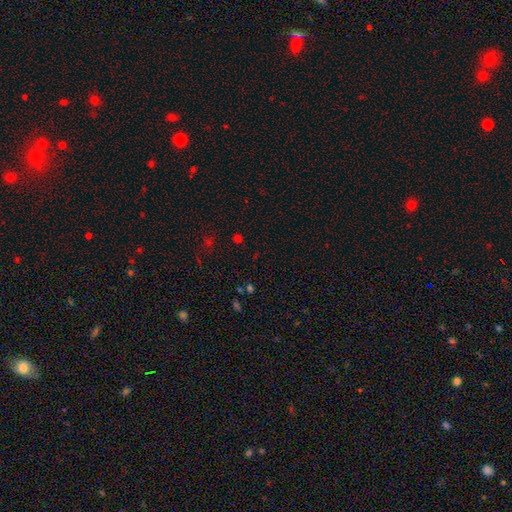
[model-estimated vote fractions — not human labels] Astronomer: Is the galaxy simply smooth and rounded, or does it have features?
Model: star or artifact — 56% (runner-up: smooth, 37%).